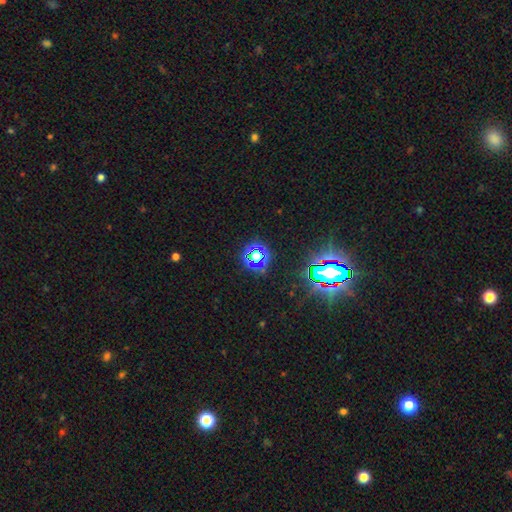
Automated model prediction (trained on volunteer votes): Smooth or featured? Predicted: star or artifact (p=0.73).